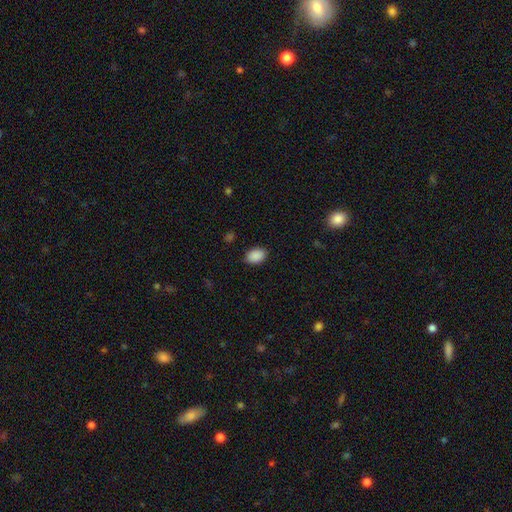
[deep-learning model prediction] Q: Smooth or featured?
A: smooth (90%); runner-up: star or artifact (8%)
Q: How rounded?
A: in between (85%); runner-up: round (14%)
Q: Merging?
A: none (88%); runner-up: minor disturbance (9%)